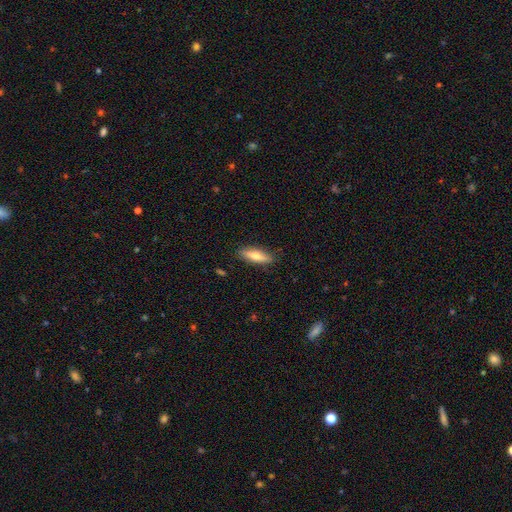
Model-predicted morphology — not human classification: Smooth or featured? Predicted: smooth (p=0.68). How rounded? Predicted: cigar-shaped (p=0.55). Merging? Predicted: none (p=0.87).